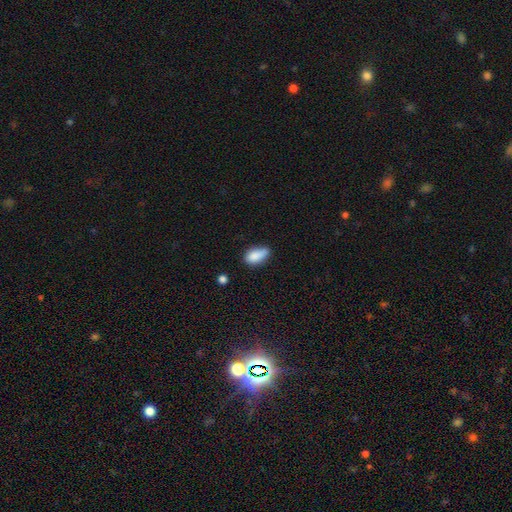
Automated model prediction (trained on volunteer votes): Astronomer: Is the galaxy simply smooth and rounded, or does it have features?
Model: smooth — 84%.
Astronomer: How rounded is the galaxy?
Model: in between — 86%.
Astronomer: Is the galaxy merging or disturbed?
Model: none — 54% (runner-up: minor disturbance, 35%).